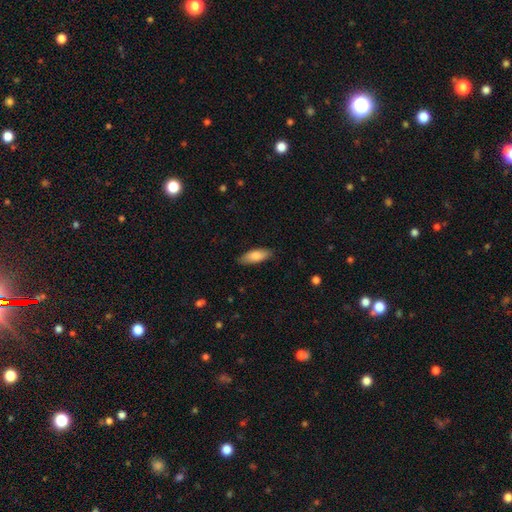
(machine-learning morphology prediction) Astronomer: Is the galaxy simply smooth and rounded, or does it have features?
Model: smooth — 83%.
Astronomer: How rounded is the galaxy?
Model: in between — 67%.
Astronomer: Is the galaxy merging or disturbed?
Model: none — 86%.